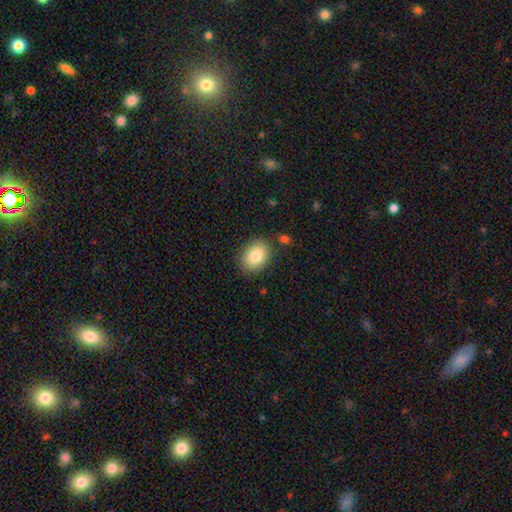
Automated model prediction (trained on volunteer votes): Overall: smooth (84%). How rounded: in between (68%; round 31%). Merging: none (84%).